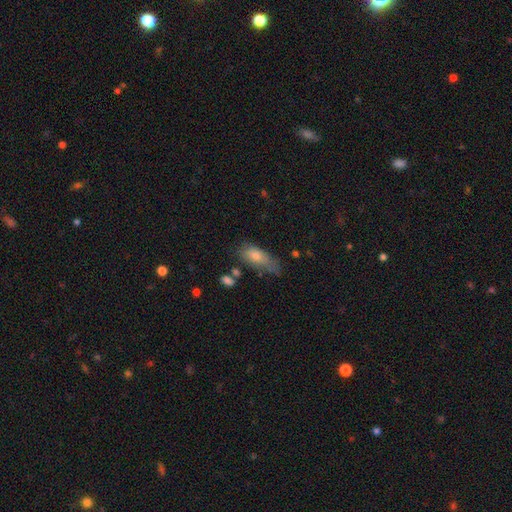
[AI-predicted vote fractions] This appears to be a smooth galaxy with no disk features (72%) that is in between round and cigar-shaped (74%). Merging: none (45%).